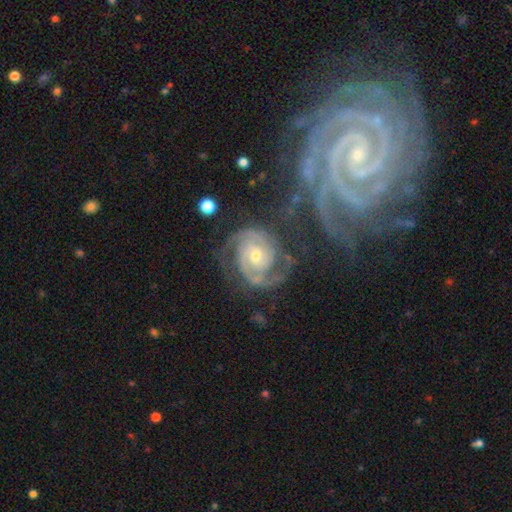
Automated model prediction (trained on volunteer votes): A featured or disk galaxy (91%) with no bar (62%), 2 (57%) tight (60%) spiral arms (98%) and a small central bulge (48%, tied with moderate).

Vote fractions:
- Smooth or featured? featured or disk: 91% / star or artifact: 5% / smooth: 4%
- Edge-on disk? no: 98% / yes: 2%
- Bar? no: 62% / weak: 29% / strong: 9%
- Spiral arms? yes: 98% / no: 2%
- Spiral winding? tight: 60% / medium: 33% / loose: 6%
- Spiral arm count? 2: 57% / 3: 20% / can't tell: 10% / 4: 5% / 1: 4% / more than 4: 4%
- Bulge size? small: 48% (tied) / moderate: 48% (tied) / large: 2% / none: 1% / dominant: 1%
- Merging? none: 62% / minor disturbance: 18% / major disturbance: 13% / merger: 6%